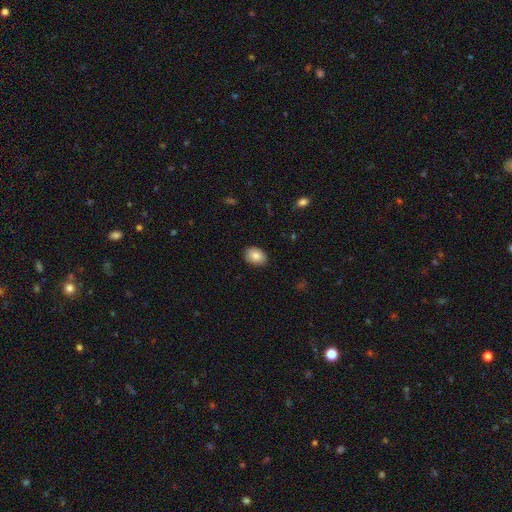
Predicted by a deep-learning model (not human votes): The model was most divided on "how rounded": in between: 78%, round: 21%, cigar-shaped: 1%. More confident: merging — none (88%); smooth or featured — smooth (86%).